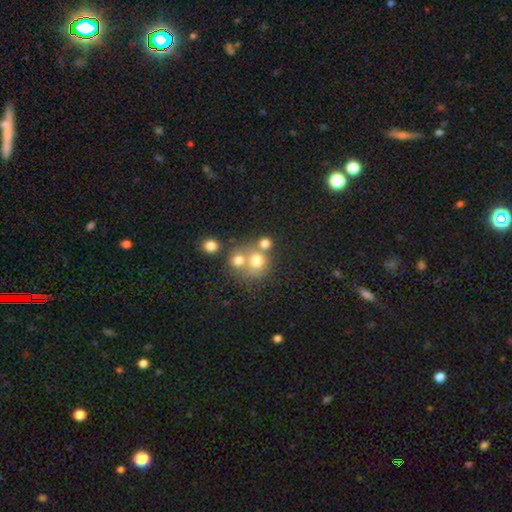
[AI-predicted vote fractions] Q: Smooth or featured?
A: smooth (56%); runner-up: star or artifact (25%)
Q: How rounded?
A: round (82%); runner-up: in between (17%)
Q: Merging?
A: none (45%); runner-up: merger (43%)